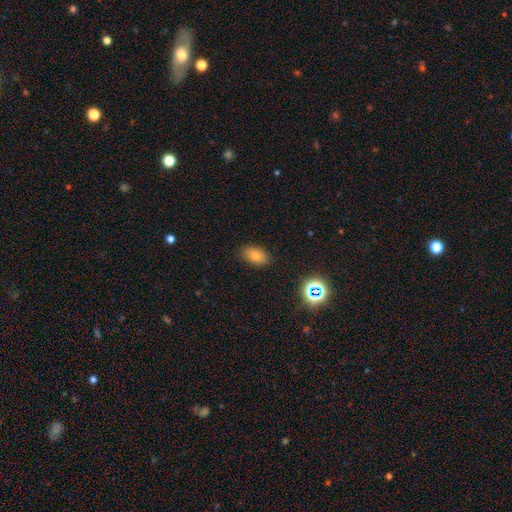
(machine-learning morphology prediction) type=smooth (77%); roundness=in between (89%); merging=none (86%).